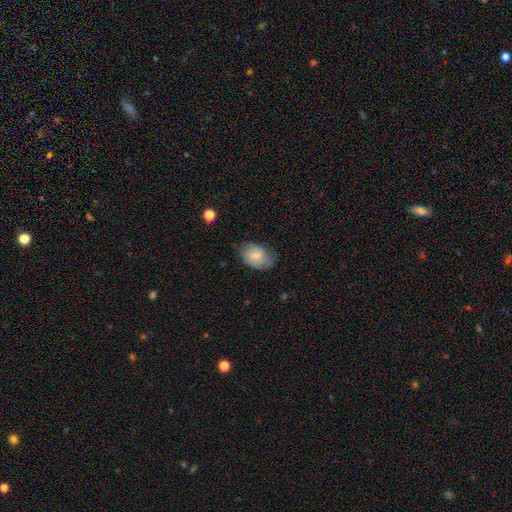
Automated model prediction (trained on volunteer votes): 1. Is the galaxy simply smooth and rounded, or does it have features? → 72% smooth, 21% featured or disk, 7% star or artifact.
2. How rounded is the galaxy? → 82% in between, 17% round, 1% cigar-shaped.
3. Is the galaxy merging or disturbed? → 61% none, 30% minor disturbance, 8% major disturbance, 1% merger.